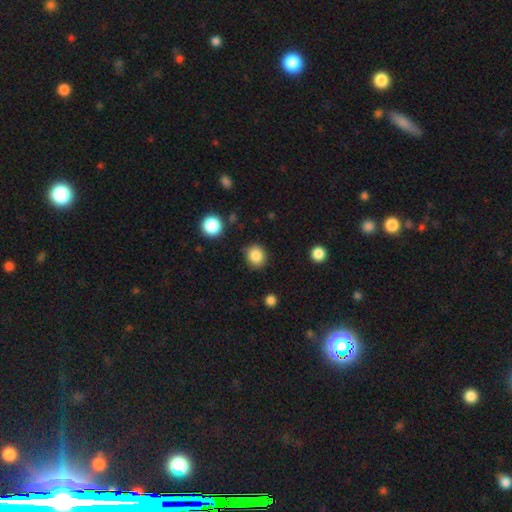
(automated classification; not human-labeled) Smooth or featured?
  - smooth: 85% *
  - star or artifact: 10%
  - featured or disk: 5%
How rounded?
  - round: 80% *
  - in between: 19%
  - cigar-shaped: 1%
Merging?
  - none: 83% *
  - minor disturbance: 12%
  - major disturbance: 3%
  - merger: 2%